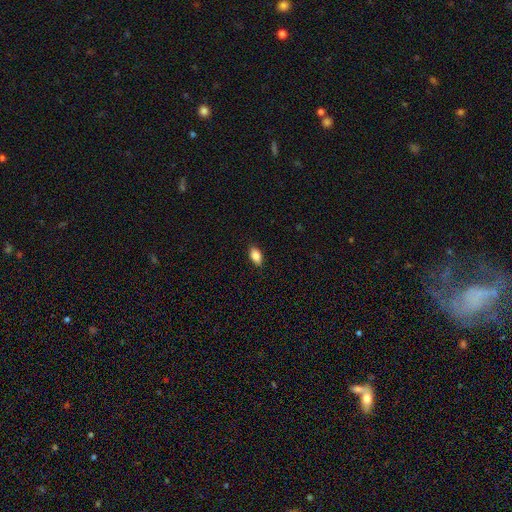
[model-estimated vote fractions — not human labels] This is clearly a smooth galaxy (84%). How rounded: clearly in between (89%). Merging: clearly none (87%).